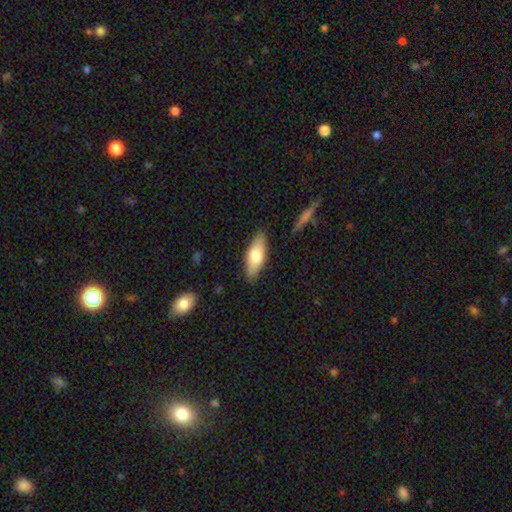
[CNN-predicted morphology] smooth_or_featured: smooth (p=0.72) [alt: featured or disk p=0.22]
how_rounded: in between (p=0.73) [alt: cigar-shaped p=0.25]
merging: none (p=0.86) [alt: minor disturbance p=0.11]